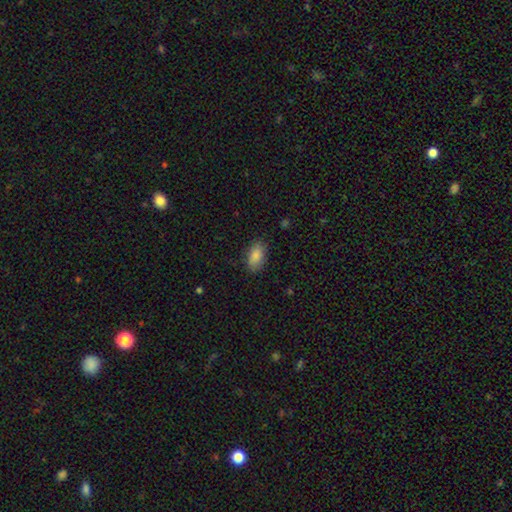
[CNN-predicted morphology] type=smooth (87%); roundness=in between (92%); merging=none (84%).